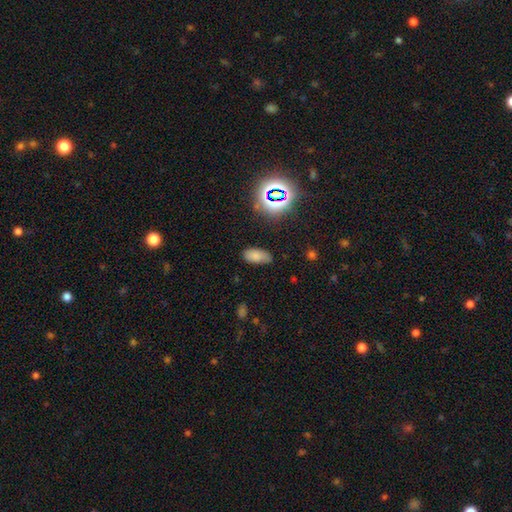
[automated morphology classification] Smooth or featured? Predicted: smooth (p=0.74). How rounded? Predicted: in between (p=0.91). Merging? Predicted: none (p=0.72).